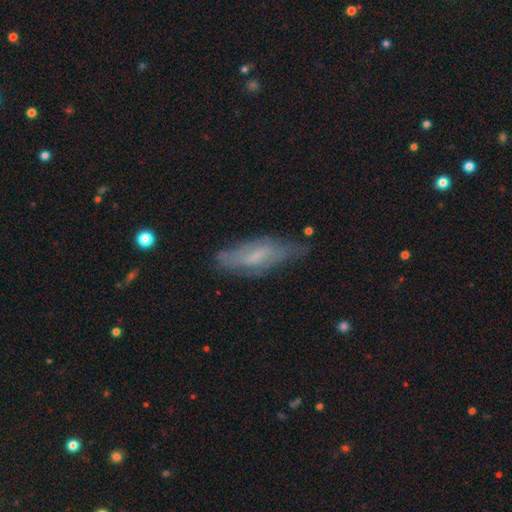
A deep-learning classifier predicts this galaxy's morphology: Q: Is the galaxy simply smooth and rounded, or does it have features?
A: featured or disk — 48%.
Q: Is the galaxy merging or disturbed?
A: none — 60%.